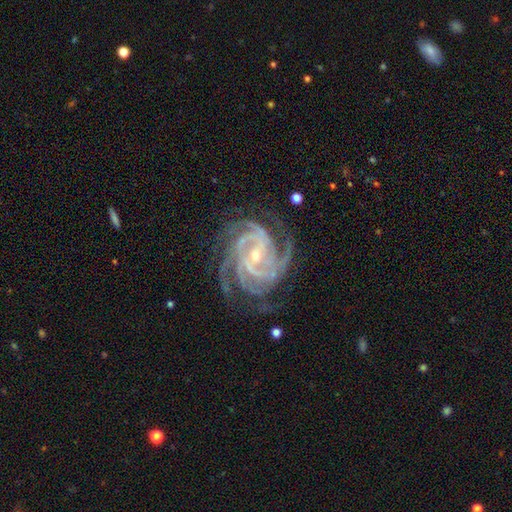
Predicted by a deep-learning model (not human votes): Overall: featured or disk (93%). Edge-on disk: no (98%). Bar: no (40%; weak 36%). Spiral arms: yes (99%). Spiral arm count: 4 (40%; 3 23%). Spiral winding: tight (70%). Bulge size: small (68%; moderate 29%). Merging: none (75%).